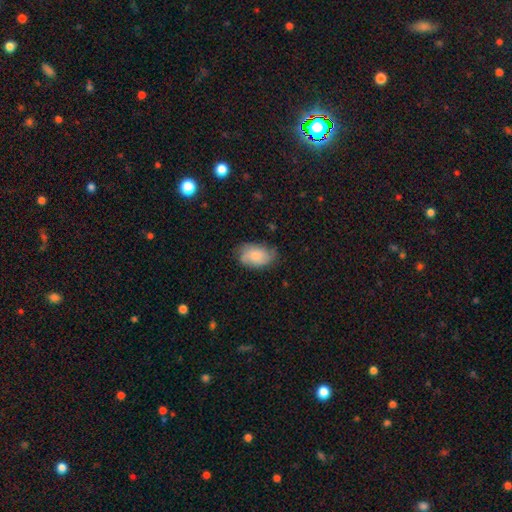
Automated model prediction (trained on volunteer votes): Smooth or featured? Predicted: smooth (p=0.65). How rounded? Predicted: in between (p=0.89). Merging? Predicted: none (p=0.66).